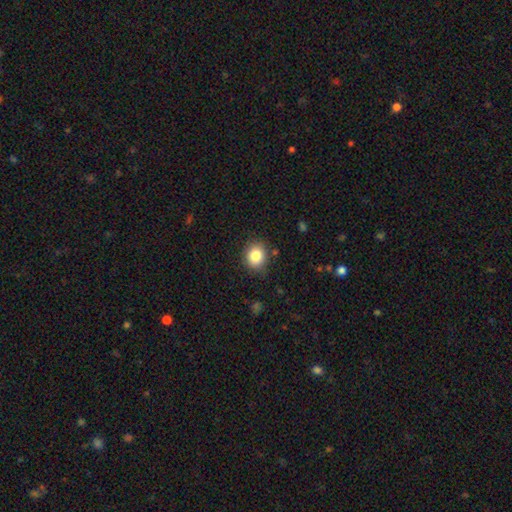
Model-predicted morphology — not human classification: A smooth galaxy with no disk features (83%) that is round (71%).

Vote fractions:
- Smooth or featured? smooth: 83% / star or artifact: 10% / featured or disk: 7%
- How rounded? round: 71% / in between: 28% / cigar-shaped: 1%
- Merging? none: 85% / minor disturbance: 11% / major disturbance: 3% / merger: 2%